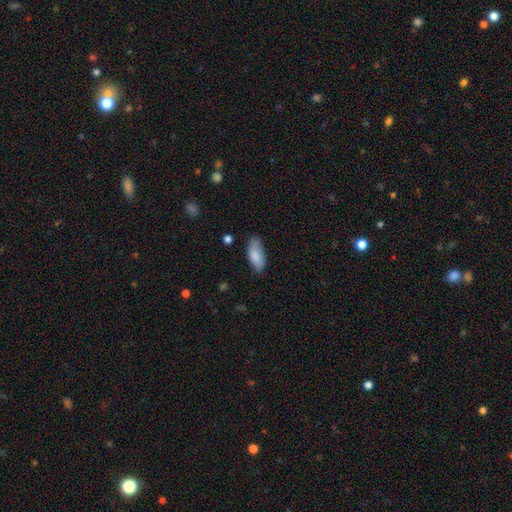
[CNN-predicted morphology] Smooth or featured? smooth (85%)
How rounded? in between (86%)
Merging? none (75%)